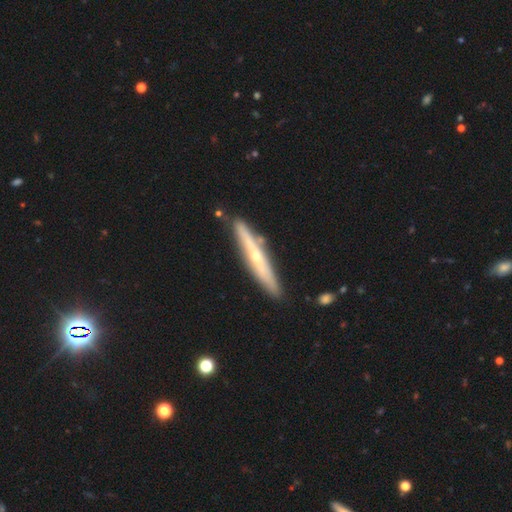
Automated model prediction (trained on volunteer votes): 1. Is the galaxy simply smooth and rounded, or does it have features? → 64% featured or disk, 30% smooth, 6% star or artifact.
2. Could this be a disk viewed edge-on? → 92% yes, 8% no.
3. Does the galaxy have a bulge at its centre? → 71% rounded, 26% none, 3% boxy.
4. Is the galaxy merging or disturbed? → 84% none, 11% minor disturbance, 4% merger, 2% major disturbance.